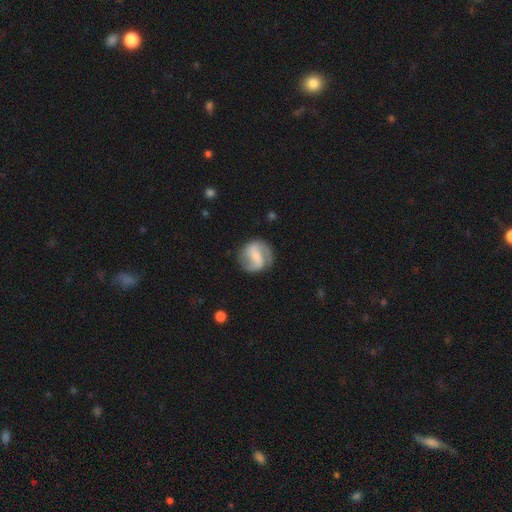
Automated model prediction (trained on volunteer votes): smooth-or-featured: featured or disk: 77% | smooth: 17% | star or artifact: 5%
  disk-edge-on: no: 98% | yes: 2%
    bar: weak: 43% | strong: 39% | no: 18%
    has-spiral-arms: yes: 93% | no: 7%
      spiral-winding: medium: 46% | loose: 34% | tight: 20%
      spiral-arm-count: 2: 87% | 1: 5% | can't tell: 4% | 3: 1% | 4: 1% | more than 4: 1%
    bulge-size: small: 48% | moderate: 28% | none: 19% | large: 4% | dominant: 1%
  merging: none: 79% | minor disturbance: 14% | major disturbance: 6% | merger: 2%